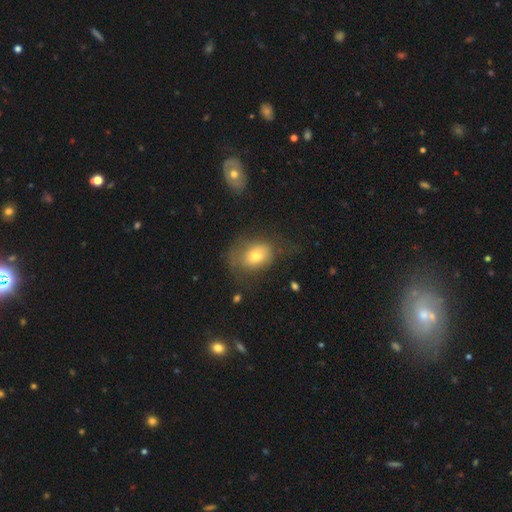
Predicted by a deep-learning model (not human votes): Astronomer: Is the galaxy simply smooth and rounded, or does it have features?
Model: smooth — 68%.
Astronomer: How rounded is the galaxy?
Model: in between — 61% (runner-up: round, 38%).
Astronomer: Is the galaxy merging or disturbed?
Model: none — 46% (runner-up: minor disturbance, 26%).